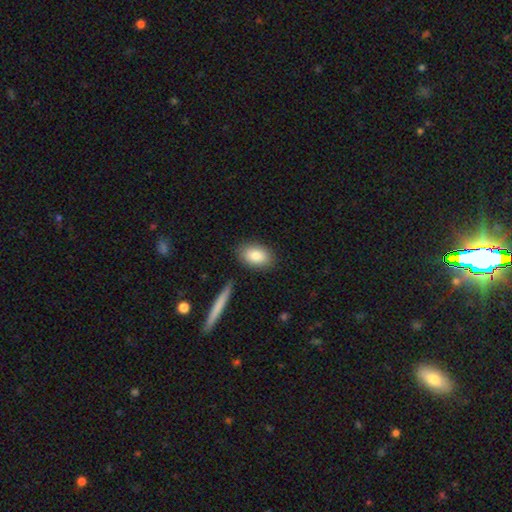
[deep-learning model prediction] smooth-or-featured: smooth: 84% | featured or disk: 9% | star or artifact: 7%
  how-rounded: in between: 87% | round: 11% | cigar-shaped: 3%
  merging: none: 85% | minor disturbance: 10% | merger: 3% | major disturbance: 3%